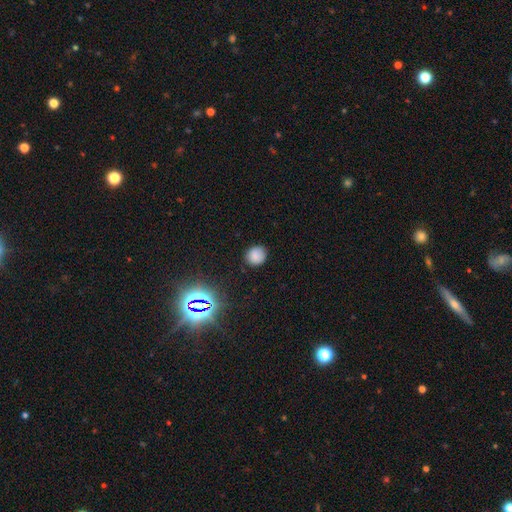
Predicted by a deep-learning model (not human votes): This is clearly a smooth galaxy (80%). How rounded: likely round (78%). Merging: clearly none (84%).